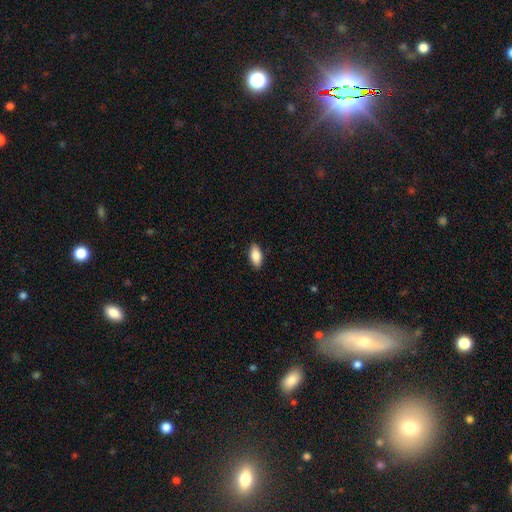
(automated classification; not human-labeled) smooth-or-featured: smooth: 86% | featured or disk: 7% | star or artifact: 6%
  how-rounded: in between: 91% | cigar-shaped: 6% | round: 3%
  merging: none: 89% | minor disturbance: 9% | major disturbance: 2% | merger: 1%